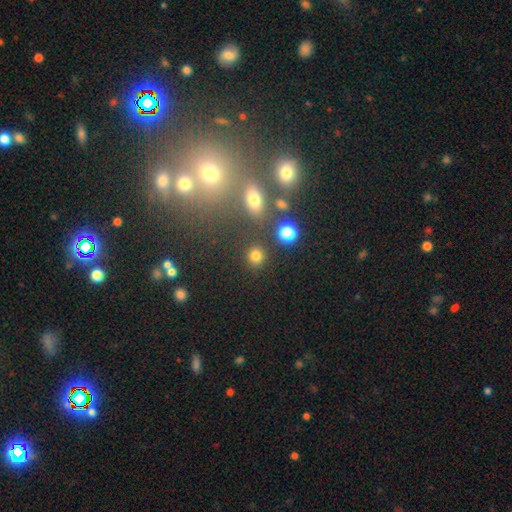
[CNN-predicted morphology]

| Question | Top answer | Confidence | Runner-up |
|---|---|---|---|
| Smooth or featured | smooth | 78% | star or artifact (17%) |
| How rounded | round | 87% | in between (12%) |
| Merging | none | 85% | minor disturbance (7%) |